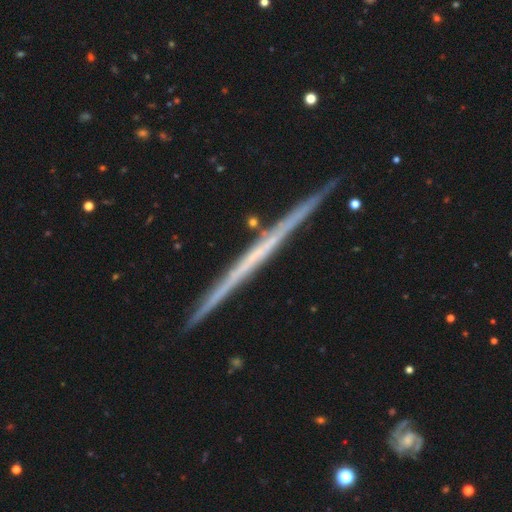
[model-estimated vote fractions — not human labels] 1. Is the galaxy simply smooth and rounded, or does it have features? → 73% featured or disk, 21% smooth, 6% star or artifact.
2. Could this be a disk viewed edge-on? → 98% yes, 2% no.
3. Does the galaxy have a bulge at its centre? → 92% none, 5% rounded, 3% boxy.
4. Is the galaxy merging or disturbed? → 92% none, 6% minor disturbance, 1% merger, 1% major disturbance.